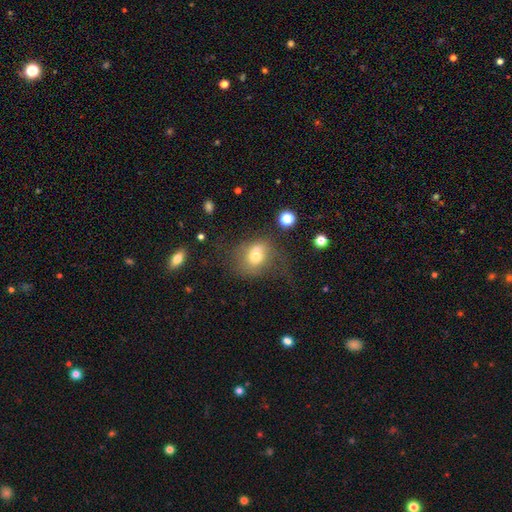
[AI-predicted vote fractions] smooth_or_featured: smooth (p=0.64) [alt: featured or disk p=0.23]
how_rounded: round (p=0.59) [alt: in between p=0.40]
merging: none (p=0.34) [alt: merger p=0.25]